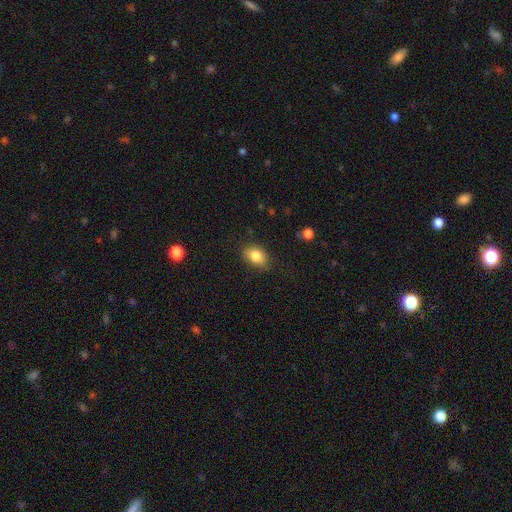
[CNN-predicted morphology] smooth 82%, featured or disk 9%, star or artifact 8%. Down the decision tree: how rounded — in between (81%); merging — none (82%).